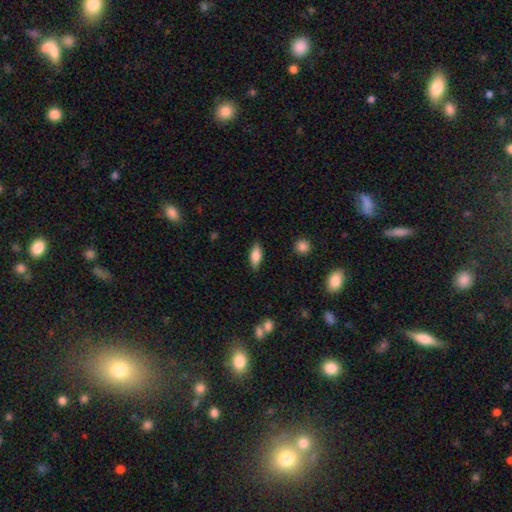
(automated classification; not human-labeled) This appears to be a smooth galaxy with no disk features (78%) that is in between round and cigar-shaped (78%). Merging: none (85%).